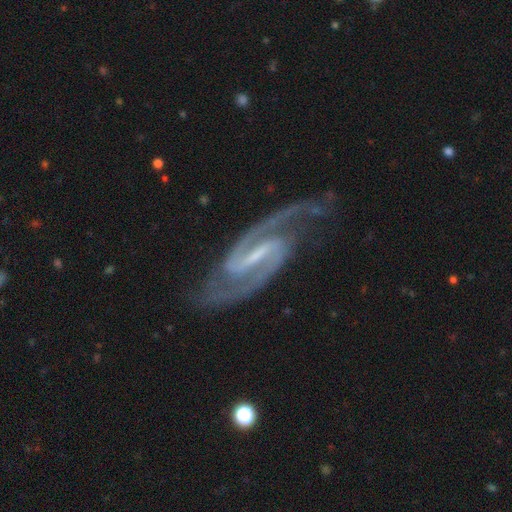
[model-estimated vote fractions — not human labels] Morphology: type=featured or disk (94%); edge-on=no (97%); bar=strong (61%); spiral arms=yes (99%); winding=medium (62%); arm count=2 (95%); bulge=small (57%); merging=none (79%).